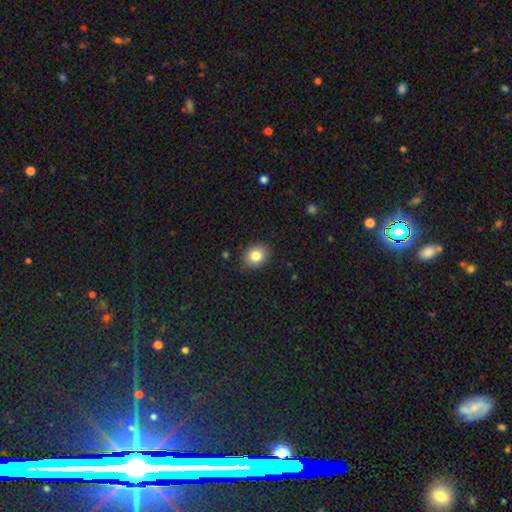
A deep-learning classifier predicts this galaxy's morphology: A smooth galaxy with no disk features (83%) that is round (53%).

Vote fractions:
- Smooth or featured? smooth: 83% / star or artifact: 10% / featured or disk: 7%
- How rounded? round: 53% / in between: 46% / cigar-shaped: 1%
- Merging? none: 88% / minor disturbance: 9% / major disturbance: 2% / merger: 1%